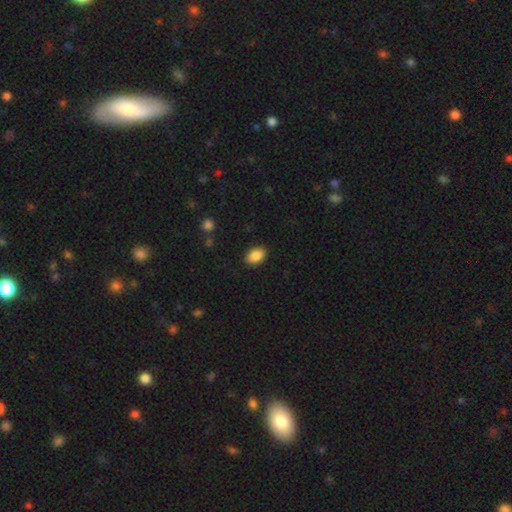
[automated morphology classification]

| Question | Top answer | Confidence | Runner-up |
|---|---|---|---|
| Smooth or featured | smooth | 88% | star or artifact (8%) |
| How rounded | in between | 88% | round (11%) |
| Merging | none | 88% | minor disturbance (8%) |